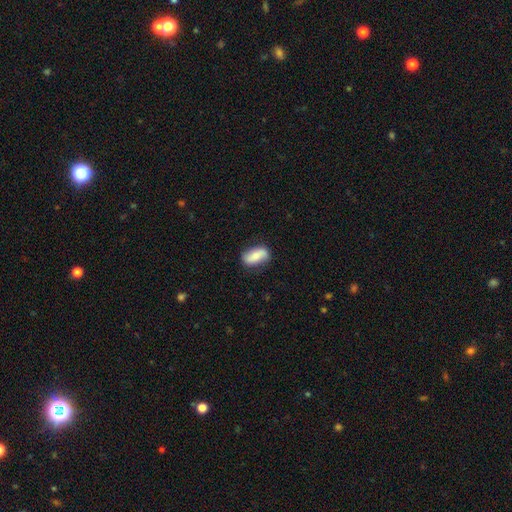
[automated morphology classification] Smooth or featured: smooth — 63% (featured or disk — 30%)
How rounded: in between — 85% (cigar-shaped — 10%)
Merging: none — 78% (minor disturbance — 17%)